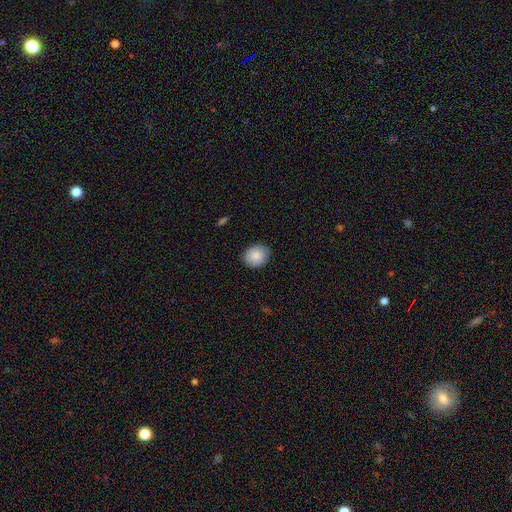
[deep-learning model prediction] Smooth or featured?
  - smooth: 86% *
  - featured or disk: 7%
  - star or artifact: 7%
How rounded?
  - round: 62% *
  - in between: 37%
  - cigar-shaped: 1%
Merging?
  - none: 84% *
  - minor disturbance: 12%
  - major disturbance: 2%
  - merger: 1%